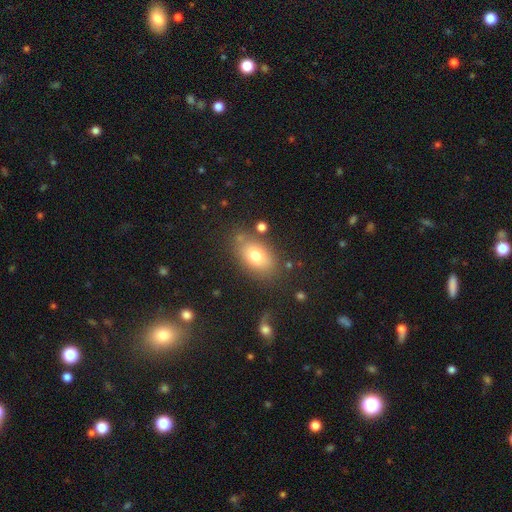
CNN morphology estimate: smooth 75%, featured or disk 15%, star or artifact 10%. Down the decision tree: how rounded — in between (83%); merging — none (76%).